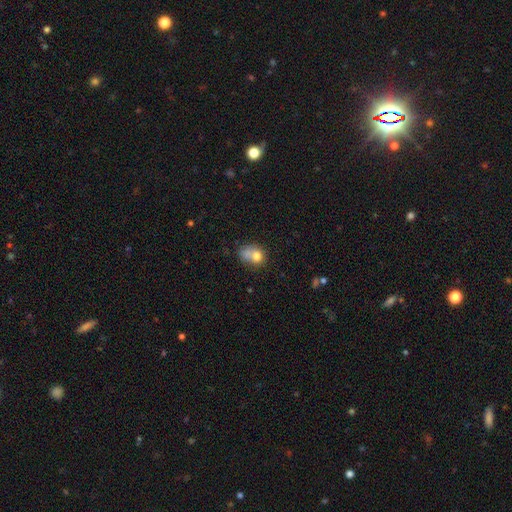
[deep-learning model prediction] Smooth or featured? Predicted: smooth (p=0.73). How rounded? Predicted: round (p=0.50). Merging? Predicted: merger (p=0.36).